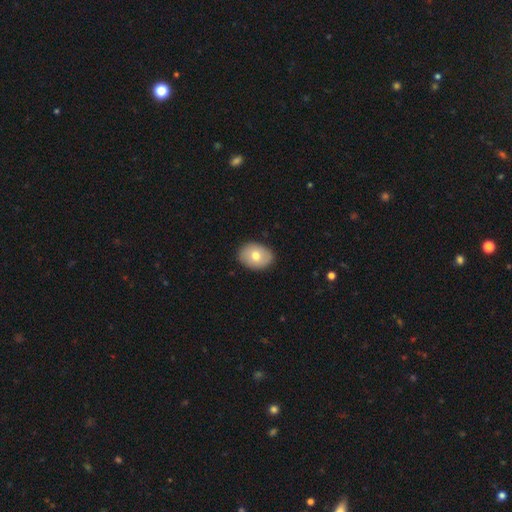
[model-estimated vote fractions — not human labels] This is likely a smooth galaxy (71%). How rounded: likely in between (68%). Merging: clearly none (87%).